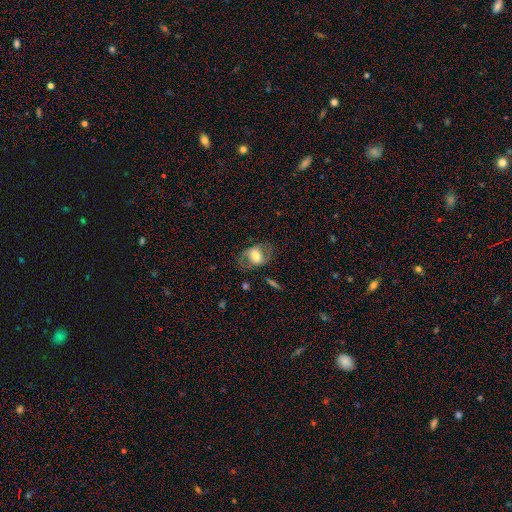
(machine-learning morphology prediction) smooth-or-featured: featured or disk: 47% | smooth: 45% | star or artifact: 8%
  merging: none: 63% | minor disturbance: 19% | major disturbance: 16% | merger: 2%